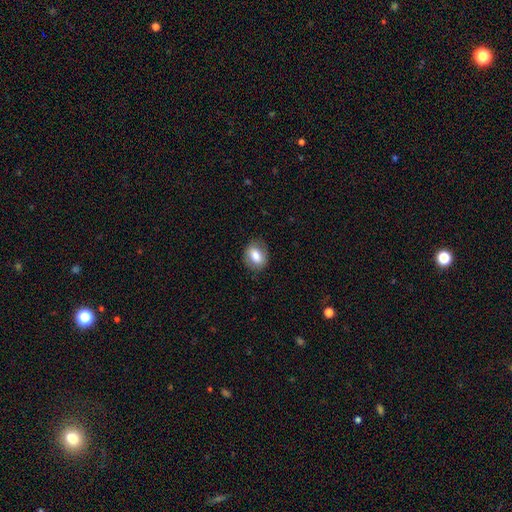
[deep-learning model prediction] Smooth or featured? Predicted: smooth (p=0.77). How rounded? Predicted: in between (p=0.66). Merging? Predicted: none (p=0.82).